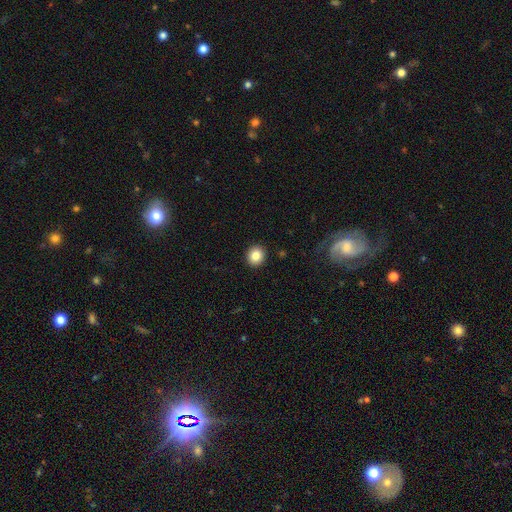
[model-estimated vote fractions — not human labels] Q: Smooth or featured?
A: smooth (85%); runner-up: star or artifact (10%)
Q: How rounded?
A: round (87%); runner-up: in between (12%)
Q: Merging?
A: none (92%); runner-up: minor disturbance (5%)